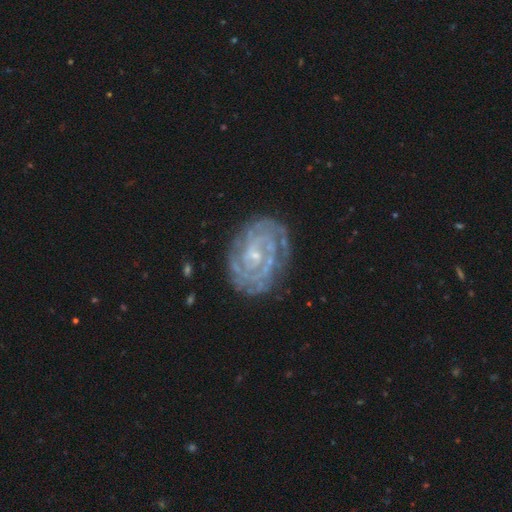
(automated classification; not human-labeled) featured or disk 88%, star or artifact 6%, smooth 6%. Down the decision tree: edge-on disk — no (97%); bar — no (54%); spiral arms — yes (96%); spiral arm count — 2 (32%); spiral winding — tight (78%); bulge size — small (76%); merging — none (79%).